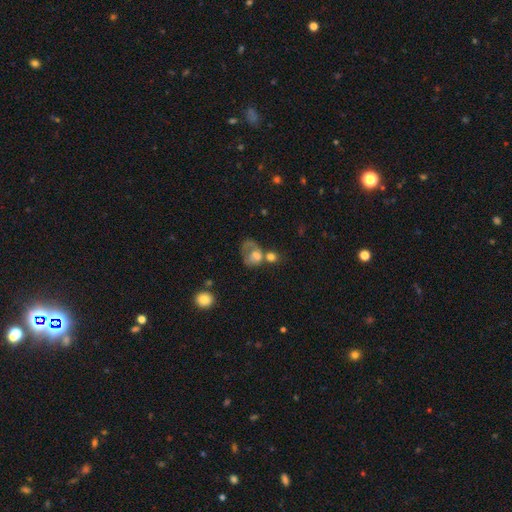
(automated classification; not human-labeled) This appears to be a smooth galaxy with no disk features (57%) that is in between round and cigar-shaped (52%). Merging: merger (33%).